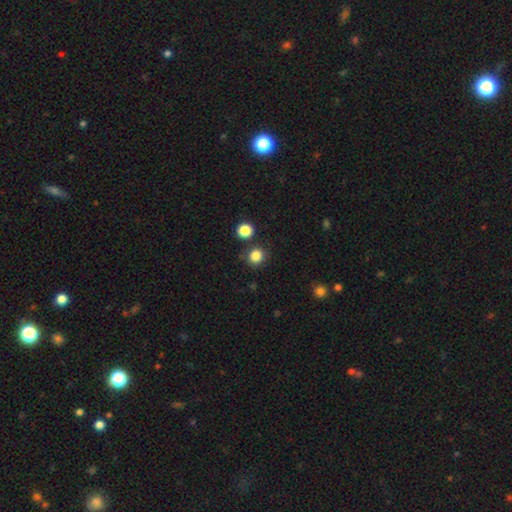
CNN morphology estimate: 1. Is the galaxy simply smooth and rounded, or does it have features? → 84% smooth, 12% star or artifact, 4% featured or disk.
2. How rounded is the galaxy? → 87% round, 12% in between, 1% cigar-shaped.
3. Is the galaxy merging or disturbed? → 83% none, 8% minor disturbance, 6% merger, 3% major disturbance.